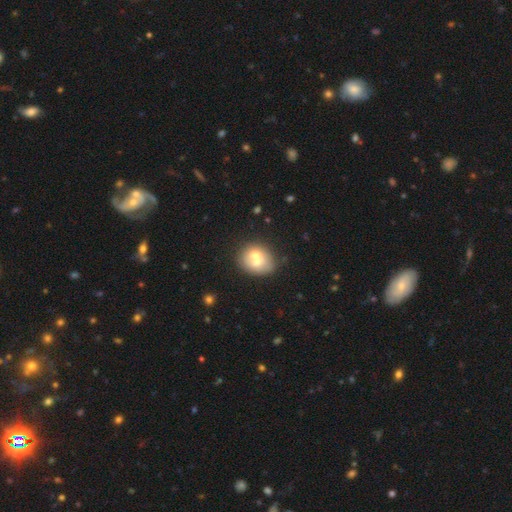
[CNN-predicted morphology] A smooth galaxy with no disk features (62%) that is round (62%). Merging: merger (51%).